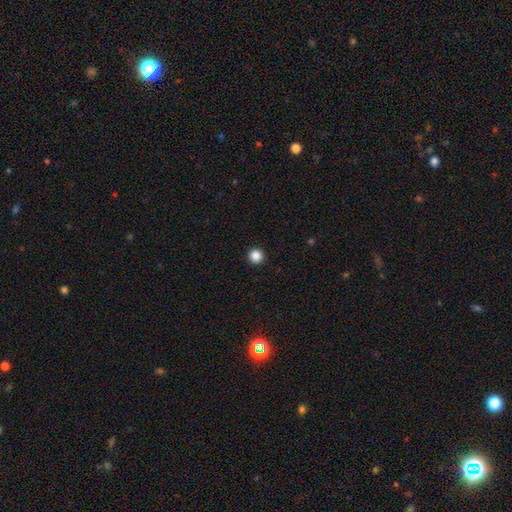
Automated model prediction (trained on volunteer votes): Smooth or featured: smooth — 87% (star or artifact — 11%)
How rounded: round — 96% (in between — 3%)
Merging: none — 94% (minor disturbance — 4%)